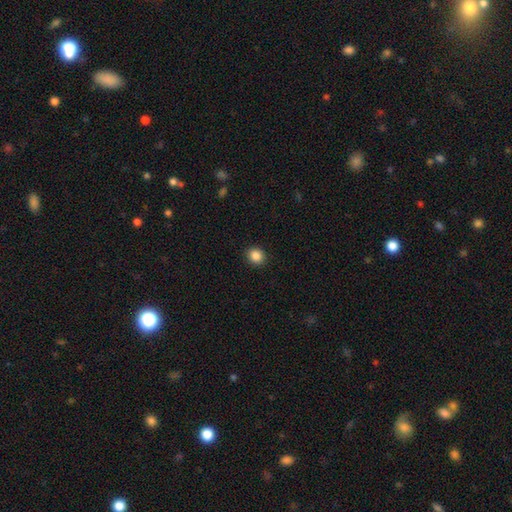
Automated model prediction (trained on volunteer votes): smooth 87%, star or artifact 10%, featured or disk 4%. Down the decision tree: how rounded — round (78%); merging — none (92%).